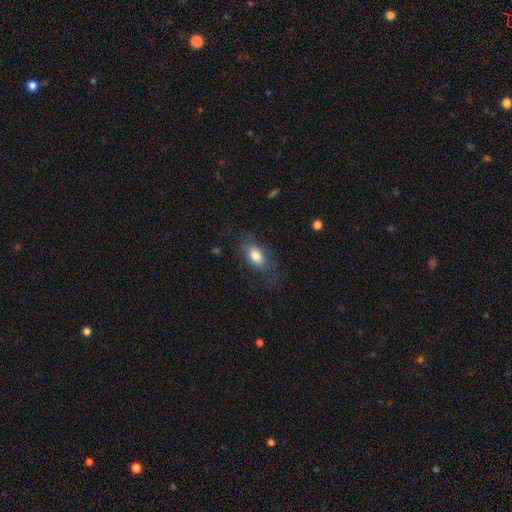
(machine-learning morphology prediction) A smooth galaxy with no disk features (81%) that is in between round and cigar-shaped (87%). Merging: none (72%).